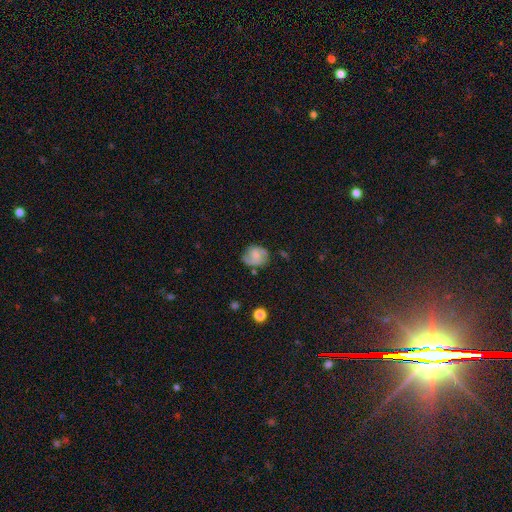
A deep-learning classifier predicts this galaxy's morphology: Overall: featured or disk (56%; smooth 36%). Edge-on disk: no (98%). Bar: no (63%; weak 31%). Spiral arms: yes (88%). Bulge size: none (44%; small 26%). Merging: none (66%).